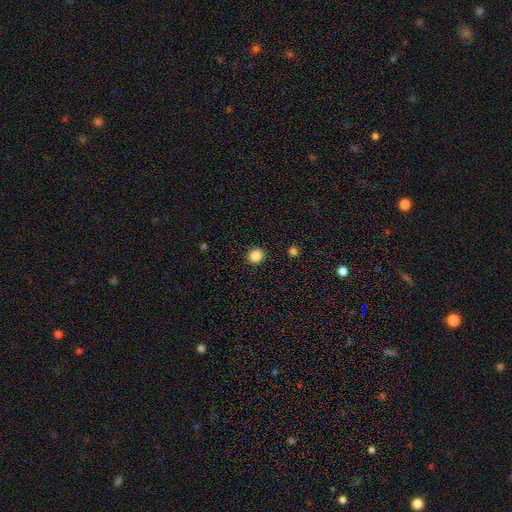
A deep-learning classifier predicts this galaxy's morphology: Smooth or featured? Predicted: smooth (p=0.86). How rounded? Predicted: round (p=0.90). Merging? Predicted: none (p=0.92).